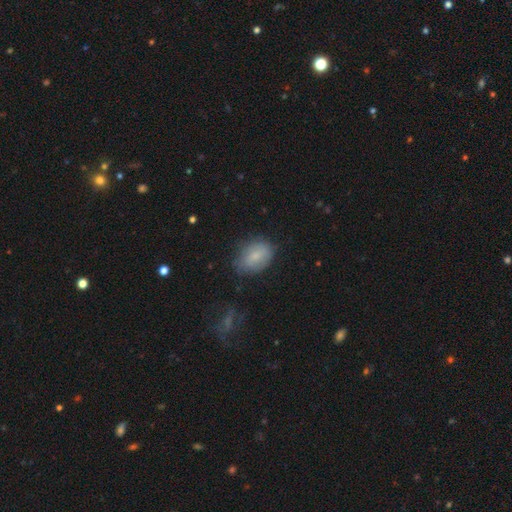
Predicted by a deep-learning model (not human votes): smooth_or_featured: smooth (p=0.76) [alt: featured or disk p=0.16]
how_rounded: in between (p=0.79) [alt: round p=0.20]
merging: none (p=0.70) [alt: minor disturbance p=0.23]